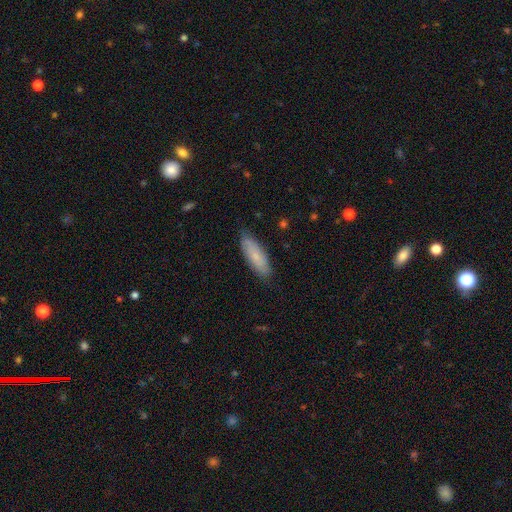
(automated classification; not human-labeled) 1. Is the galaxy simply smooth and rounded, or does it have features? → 69% smooth, 25% featured or disk, 6% star or artifact.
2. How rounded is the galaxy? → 58% in between, 40% cigar-shaped, 2% round.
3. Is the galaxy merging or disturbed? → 80% none, 16% minor disturbance, 3% major disturbance, 1% merger.